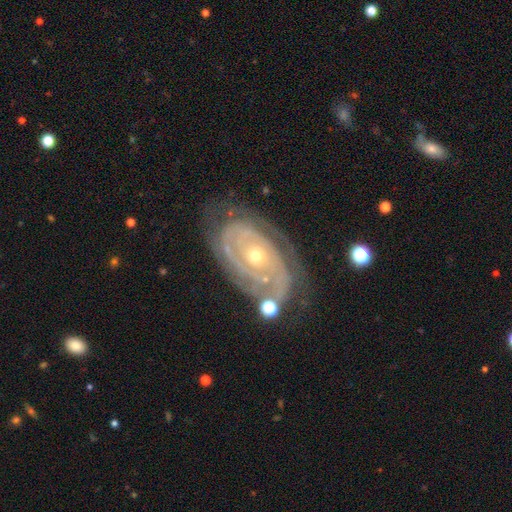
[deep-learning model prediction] Smooth or featured?
  - featured or disk: 88% *
  - smooth: 6%
  - star or artifact: 6%
Edge-on disk?
  - no: 96% *
  - yes: 4%
Bar?
  - no: 79% *
  - weak: 15%
  - strong: 6%
Spiral arms?
  - yes: 94% *
  - no: 6%
Spiral winding?
  - tight: 81% *
  - medium: 16%
  - loose: 4%
Spiral arm count?
  - 2: 39% *
  - can't tell: 27%
  - 3: 18%
  - 4: 7%
  - 1: 5%
  - more than 4: 5%
Bulge size?
  - small: 55% *
  - moderate: 42%
  - large: 1%
  - none: 1%
  - dominant: 1%
Merging?
  - none: 67% *
  - minor disturbance: 20%
  - major disturbance: 9%
  - merger: 5%